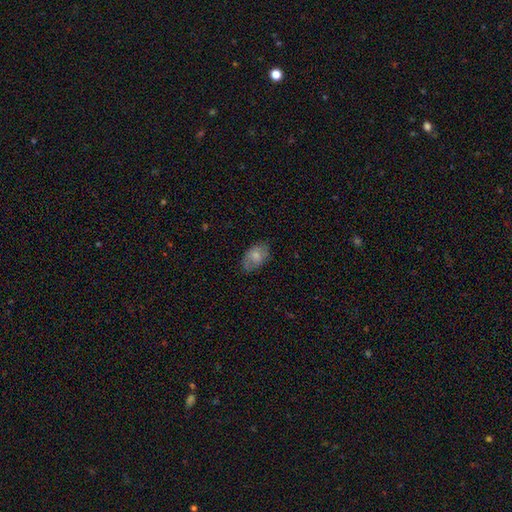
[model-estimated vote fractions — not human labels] smooth_or_featured: smooth (p=0.72) [alt: featured or disk p=0.21]
how_rounded: in between (p=0.89) [alt: round p=0.09]
merging: none (p=0.69) [alt: minor disturbance p=0.23]